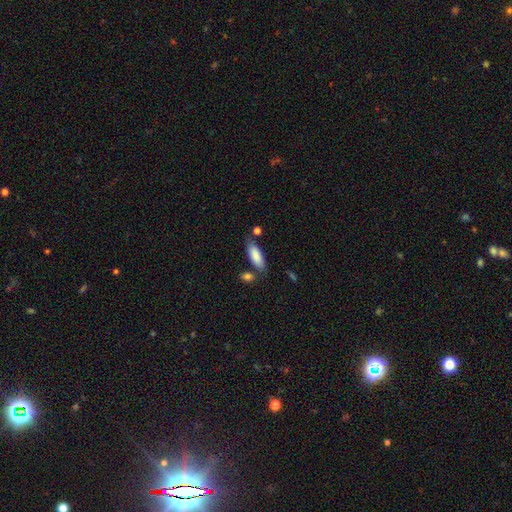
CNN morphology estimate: A smooth galaxy with no disk features (87%) that is in between round and cigar-shaped (71%).

Vote fractions:
- Smooth or featured? smooth: 87% / featured or disk: 8% / star or artifact: 6%
- How rounded? in between: 71% / cigar-shaped: 27% / round: 2%
- Merging? none: 71% / minor disturbance: 16% / merger: 9% / major disturbance: 4%